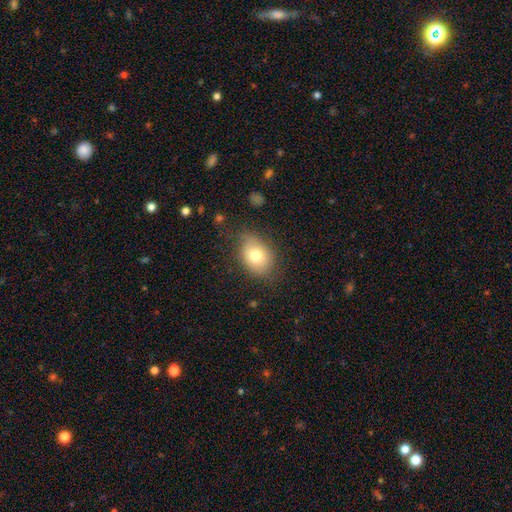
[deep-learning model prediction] Q: Smooth or featured?
A: smooth (74%); runner-up: featured or disk (16%)
Q: How rounded?
A: in between (69%); runner-up: round (30%)
Q: Merging?
A: none (69%); runner-up: minor disturbance (22%)